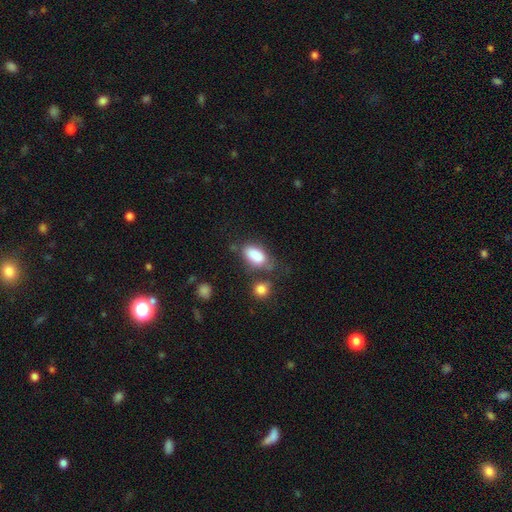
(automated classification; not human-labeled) smooth 85%, featured or disk 8%, star or artifact 8%. Down the decision tree: how rounded — in between (91%); merging — none (50%).